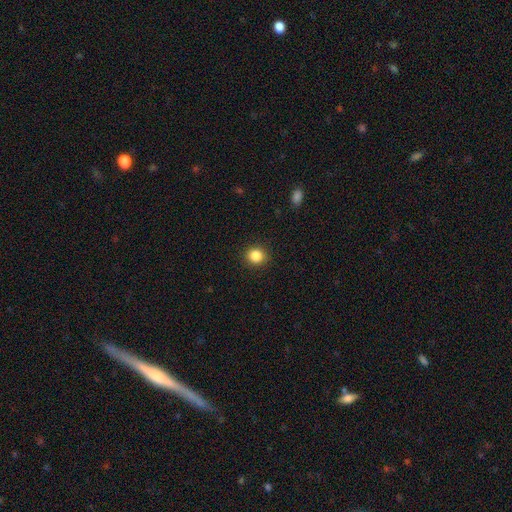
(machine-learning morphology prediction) smooth 86%, star or artifact 10%, featured or disk 4%. Down the decision tree: how rounded — round (86%); merging — none (91%).